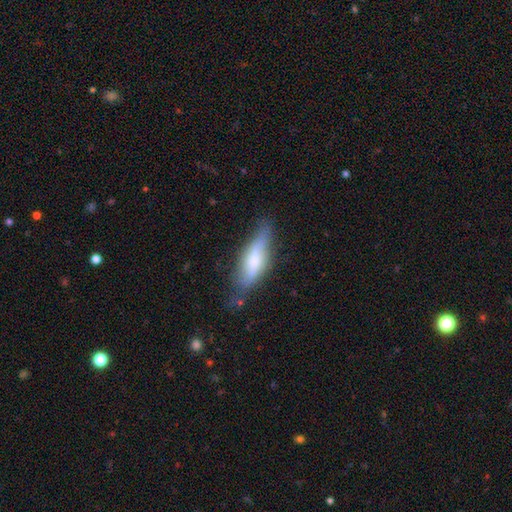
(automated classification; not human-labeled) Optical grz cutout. It shows a smooth galaxy with no disk features (48%). Merging: none (65%).